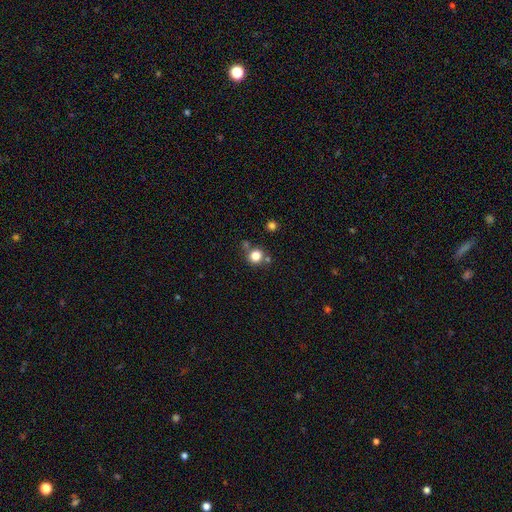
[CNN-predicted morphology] Overall: smooth (81%). How rounded: round (90%). Merging: none (72%).